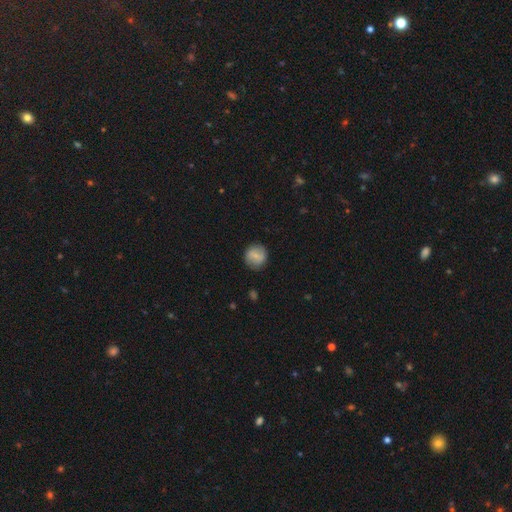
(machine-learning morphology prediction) Q: Smooth or featured?
A: smooth (72%); runner-up: featured or disk (20%)
Q: How rounded?
A: round (90%); runner-up: in between (9%)
Q: Merging?
A: none (86%); runner-up: minor disturbance (10%)